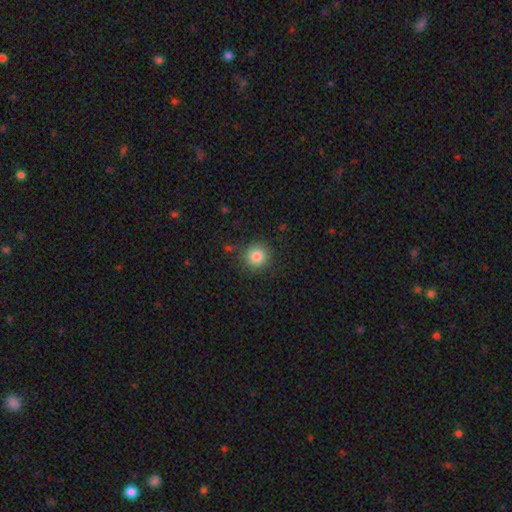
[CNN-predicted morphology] Overall: smooth (84%). How rounded: round (93%). Merging: none (87%).